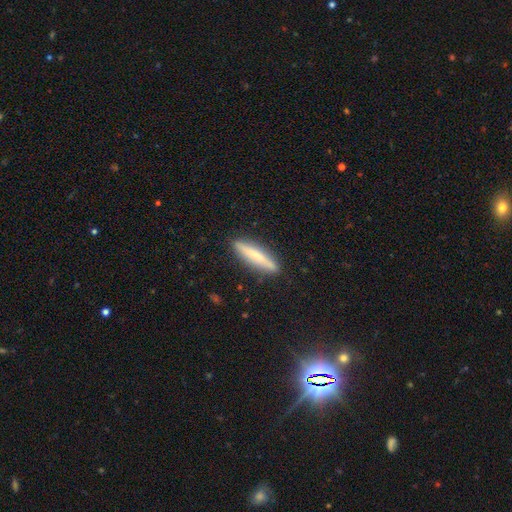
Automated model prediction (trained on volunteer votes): smooth_or_featured: smooth (p=0.56) [alt: featured or disk p=0.37]
how_rounded: cigar-shaped (p=0.88) [alt: in between p=0.10]
merging: none (p=0.89) [alt: minor disturbance p=0.08]